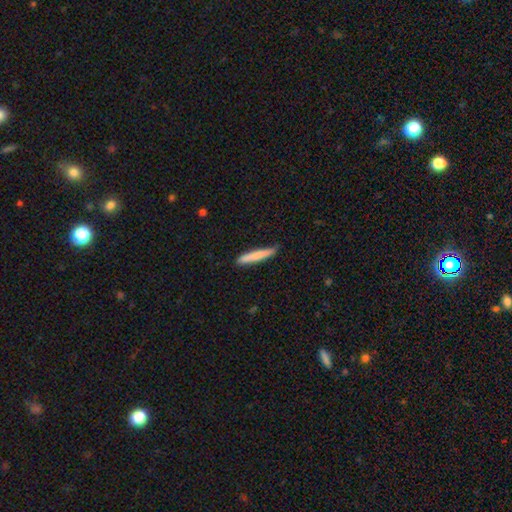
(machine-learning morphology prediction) Smooth or featured: smooth — 78% (featured or disk — 17%)
How rounded: cigar-shaped — 94% (in between — 5%)
Merging: none — 83% (minor disturbance — 14%)